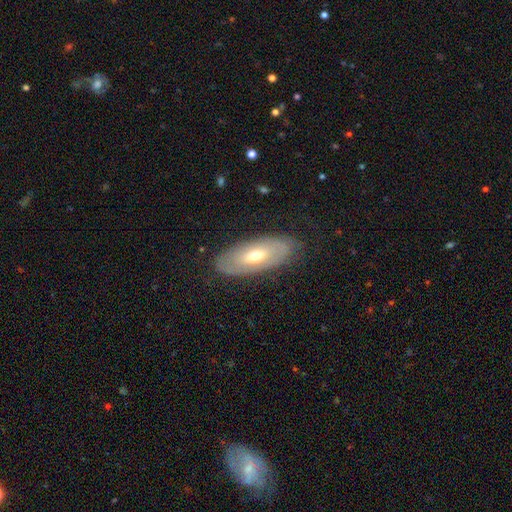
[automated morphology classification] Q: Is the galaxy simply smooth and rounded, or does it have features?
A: featured or disk — 48%.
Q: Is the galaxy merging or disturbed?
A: none — 82%.